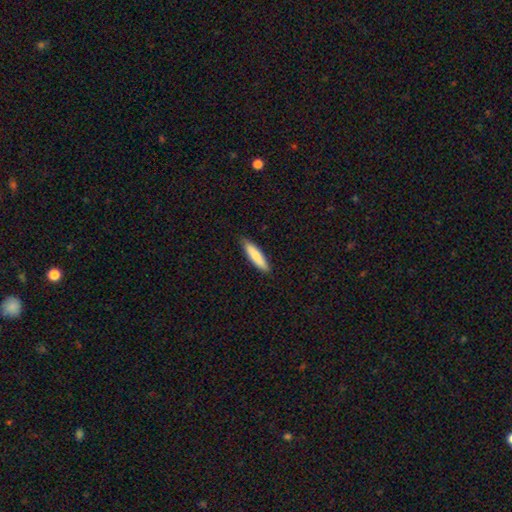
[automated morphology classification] This is likely a smooth galaxy (79%). How rounded: likely cigar-shaped (75%). Merging: clearly none (87%).